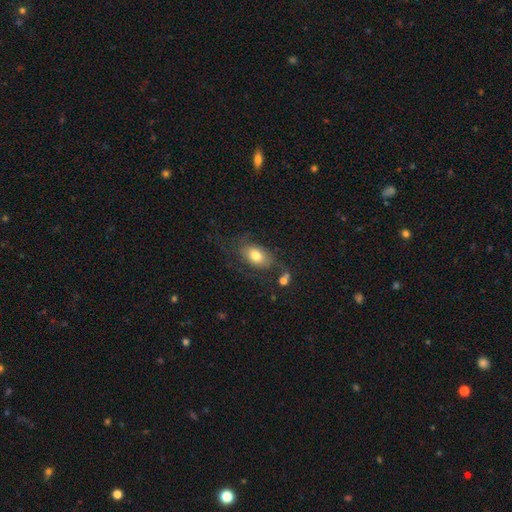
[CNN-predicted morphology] Smooth or featured?
  - smooth: 63% *
  - featured or disk: 29%
  - star or artifact: 9%
How rounded?
  - in between: 85% *
  - round: 13%
  - cigar-shaped: 2%
Merging?
  - none: 55% *
  - minor disturbance: 21%
  - major disturbance: 20%
  - merger: 4%